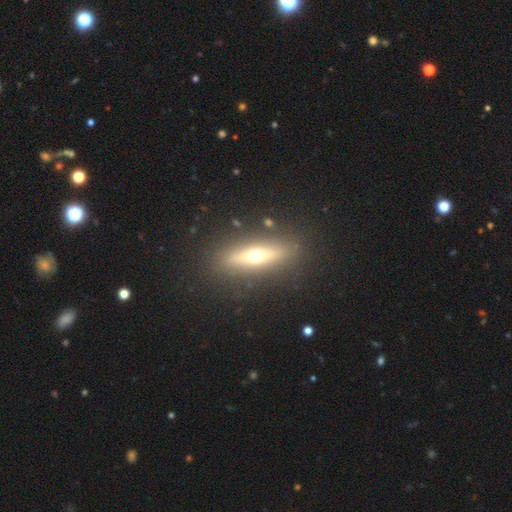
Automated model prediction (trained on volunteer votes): A featured or disk galaxy (55%) viewed edge-on (83%). Merging: none (86%).